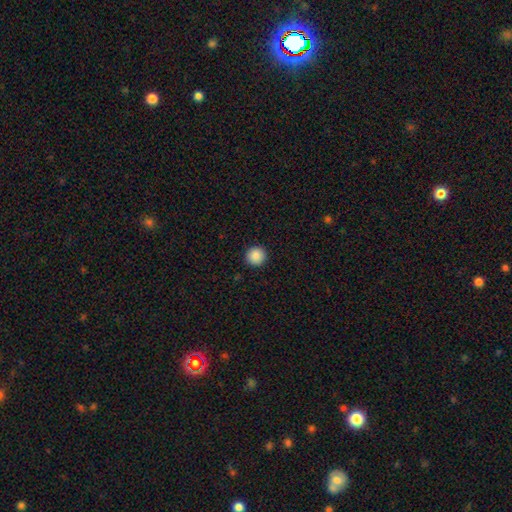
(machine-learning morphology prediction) Smooth or featured? Predicted: smooth (p=0.88). How rounded? Predicted: round (p=0.95). Merging? Predicted: none (p=0.93).